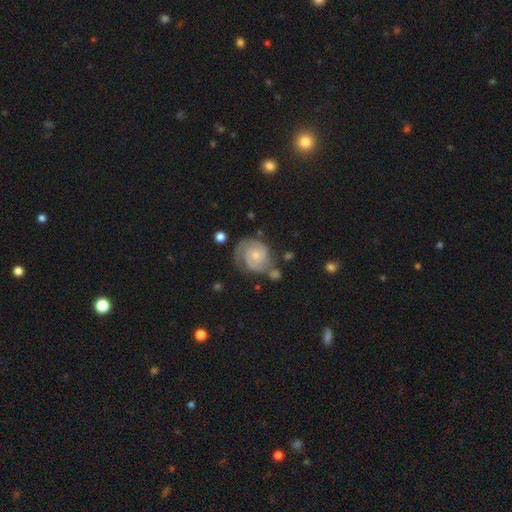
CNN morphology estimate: type=featured or disk (83%); edge-on=no (98%); bar=no (71%); spiral arms=yes (96%); winding=tight (63%); arm count=2 (69%); bulge=small (48%); merging=none (57%).